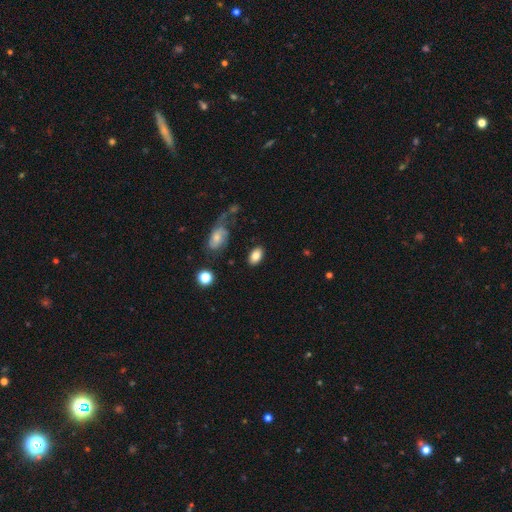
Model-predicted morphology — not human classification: This appears to be a smooth galaxy with no disk features (83%) that is in between round and cigar-shaped (91%). Merging: none (83%).